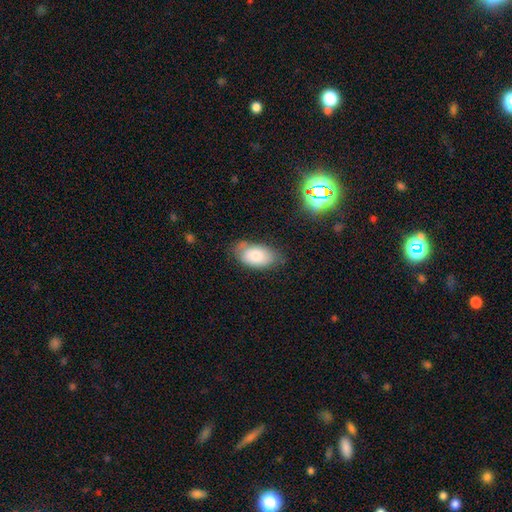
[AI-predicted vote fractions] smooth 79%, featured or disk 14%, star or artifact 8%. Down the decision tree: how rounded — in between (94%); merging — none (65%).